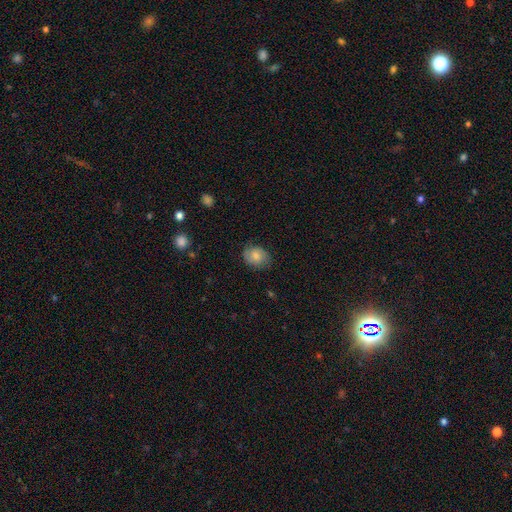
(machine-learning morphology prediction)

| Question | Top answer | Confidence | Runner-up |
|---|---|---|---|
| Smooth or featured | smooth | 65% | featured or disk (27%) |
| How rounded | in between | 50% | round (49%) |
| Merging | none | 74% | minor disturbance (20%) |